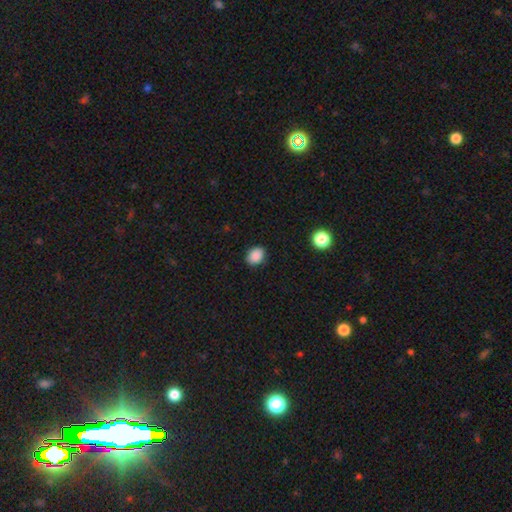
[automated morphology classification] A smooth galaxy with no disk features (88%) that is in between round and cigar-shaped (66%). Merging: none (87%).